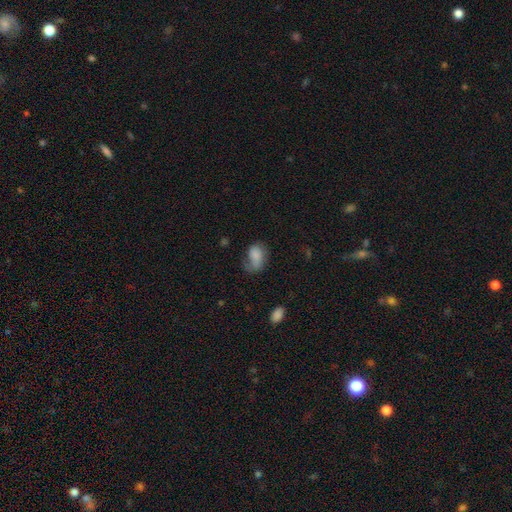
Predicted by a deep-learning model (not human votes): Morphology: type=smooth (72%); roundness=in between (85%); merging=major disturbance (36%).